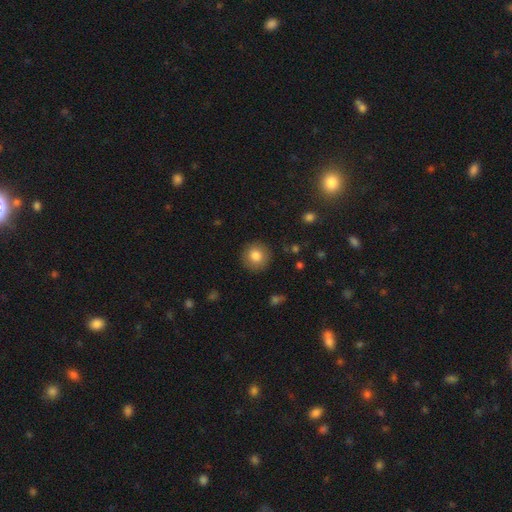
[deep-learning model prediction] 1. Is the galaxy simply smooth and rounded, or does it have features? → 82% smooth, 9% featured or disk, 9% star or artifact.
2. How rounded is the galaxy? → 94% round, 5% in between, 1% cigar-shaped.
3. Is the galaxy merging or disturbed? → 89% none, 7% minor disturbance, 2% major disturbance, 1% merger.